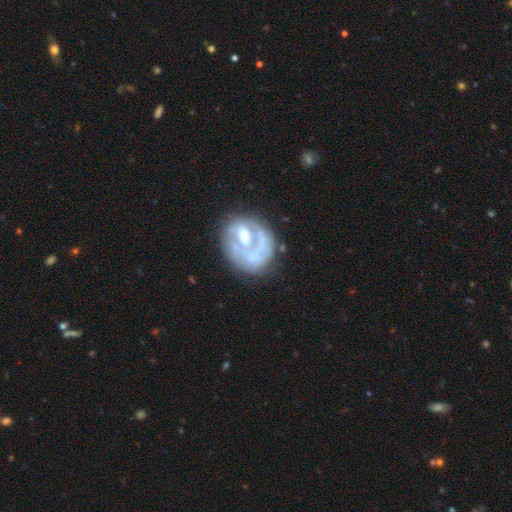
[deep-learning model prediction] The model was most divided on "spiral arms": no: 51%, yes: 49%. Remaining: edge-on disk — no (98%); smooth or featured — featured or disk (68%); bar — no (64%); merging — none (49%); bulge size — moderate (46%).